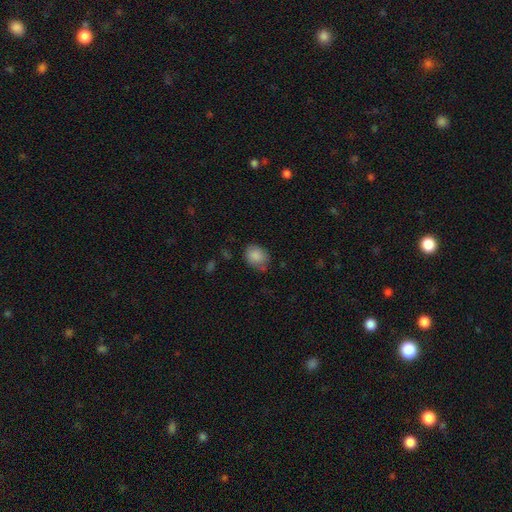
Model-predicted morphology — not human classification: The model was most divided on "how rounded": round: 51%, in between: 48%, cigar-shaped: 1%. More confident: smooth or featured — smooth (86%); merging — none (70%).